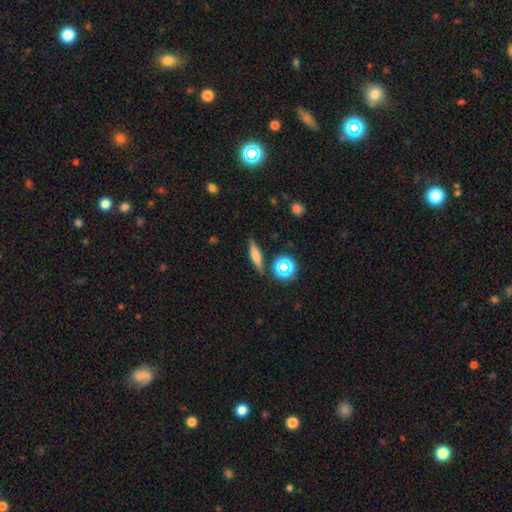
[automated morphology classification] Smooth or featured: smooth — 50% (featured or disk — 37%)
Merging: none — 84% (minor disturbance — 10%)